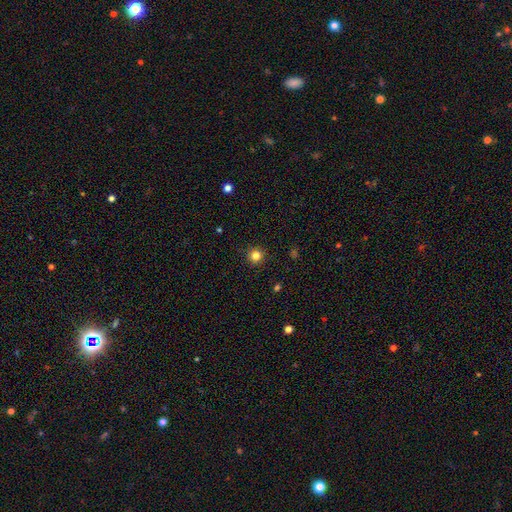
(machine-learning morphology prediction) This is clearly a smooth galaxy (82%). How rounded: clearly round (95%). Merging: clearly none (92%).